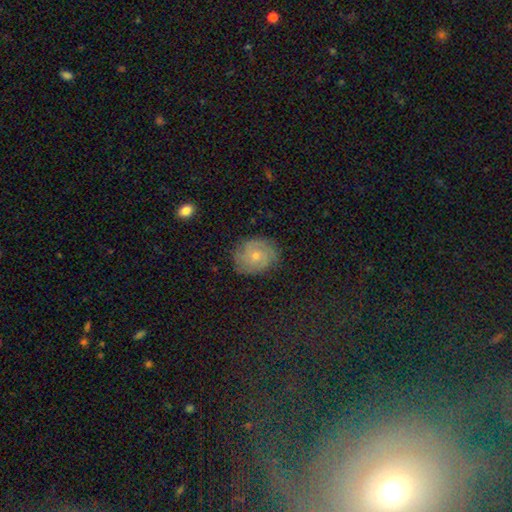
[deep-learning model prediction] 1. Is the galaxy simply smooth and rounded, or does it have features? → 70% featured or disk, 21% smooth, 9% star or artifact.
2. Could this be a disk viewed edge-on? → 98% no, 2% yes.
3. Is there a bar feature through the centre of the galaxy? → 76% no, 21% weak, 3% strong.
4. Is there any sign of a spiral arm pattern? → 93% yes, 7% no.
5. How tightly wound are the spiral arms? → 62% tight, 30% medium, 8% loose.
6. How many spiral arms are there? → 28% 2 (tied), 28% can't tell (tied), 24% 3, 8% 4, 6% 1, 6% more than 4.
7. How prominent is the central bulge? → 63% small, 33% moderate, 2% none, 1% large, 1% dominant.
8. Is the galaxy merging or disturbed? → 80% none, 15% minor disturbance, 4% major disturbance, 1% merger.